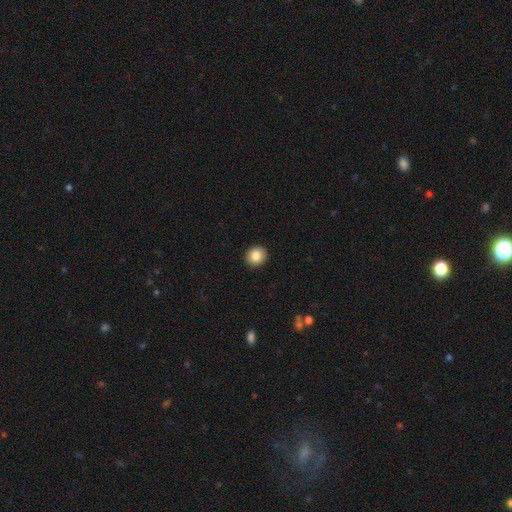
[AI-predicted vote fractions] Overall: smooth (84%). How rounded: round (85%). Merging: none (93%).